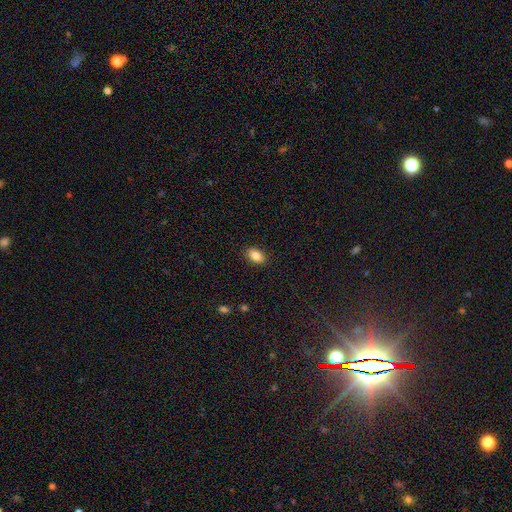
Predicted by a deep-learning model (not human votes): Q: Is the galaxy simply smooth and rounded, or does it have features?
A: smooth — 85%.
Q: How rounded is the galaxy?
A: in between — 88%.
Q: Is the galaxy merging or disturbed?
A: none — 89%.